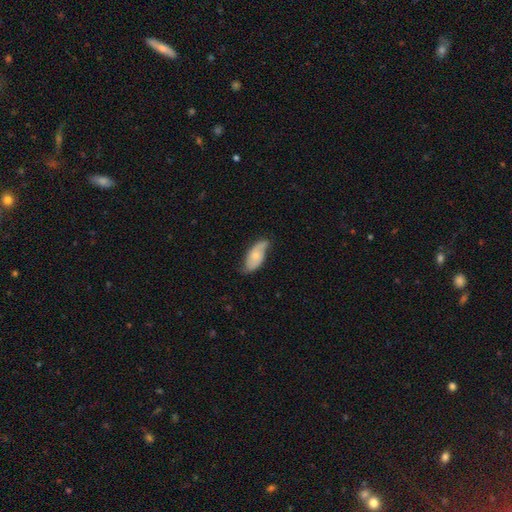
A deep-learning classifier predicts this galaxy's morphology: A smooth galaxy with no disk features (51%) that is in between round and cigar-shaped (90%). Merging: none (58%).